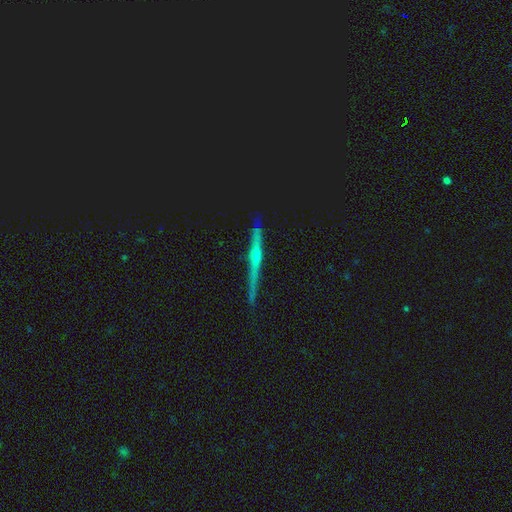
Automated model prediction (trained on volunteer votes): This is likely a featured or disk galaxy (71%). It is clearly viewed edge-on (96%). Edge-on bulge: likely rounded (73%). Merging: clearly none (88%).